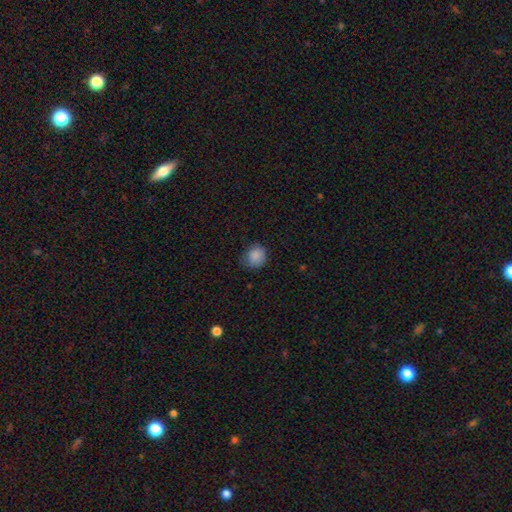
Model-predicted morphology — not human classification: Q: Smooth or featured?
A: smooth (86%); runner-up: star or artifact (9%)
Q: How rounded?
A: round (79%); runner-up: in between (20%)
Q: Merging?
A: none (71%); runner-up: minor disturbance (23%)